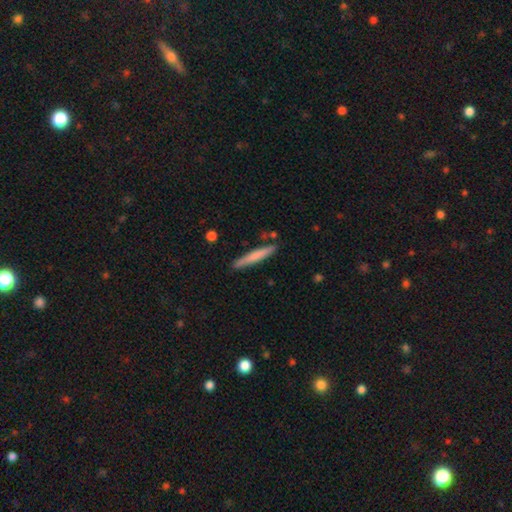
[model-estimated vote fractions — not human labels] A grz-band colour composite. It shows a smooth galaxy with no disk features (69%) that is cigar-shaped (95%). Merging: none (85%).